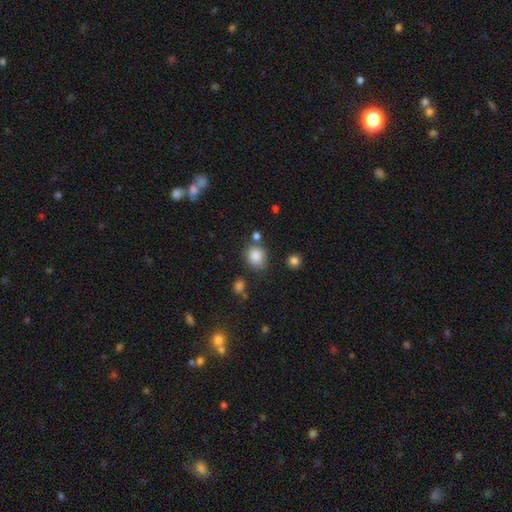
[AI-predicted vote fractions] Smooth or featured? Predicted: smooth (p=0.85). How rounded? Predicted: round (p=0.68). Merging? Predicted: none (p=0.69).